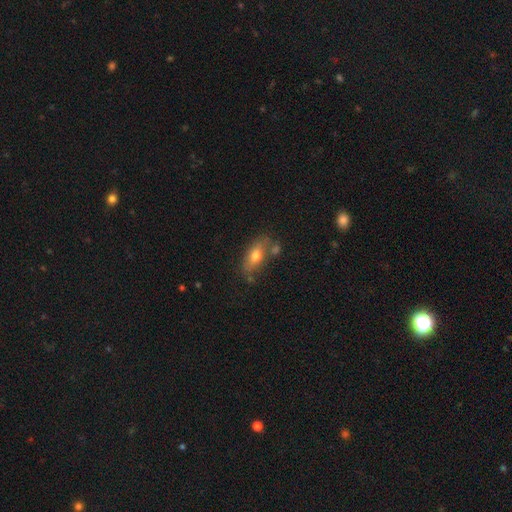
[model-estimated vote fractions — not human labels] Q: Smooth or featured?
A: smooth (66%); runner-up: featured or disk (26%)
Q: How rounded?
A: in between (75%); runner-up: cigar-shaped (20%)
Q: Merging?
A: none (65%); runner-up: minor disturbance (18%)